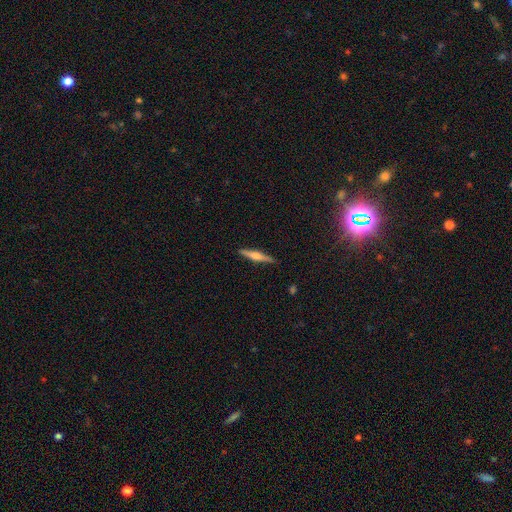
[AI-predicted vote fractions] Overall: featured or disk (65%; smooth 29%). Edge-on disk: yes (98%). Edge-on bulge: rounded (86%). Merging: none (91%).